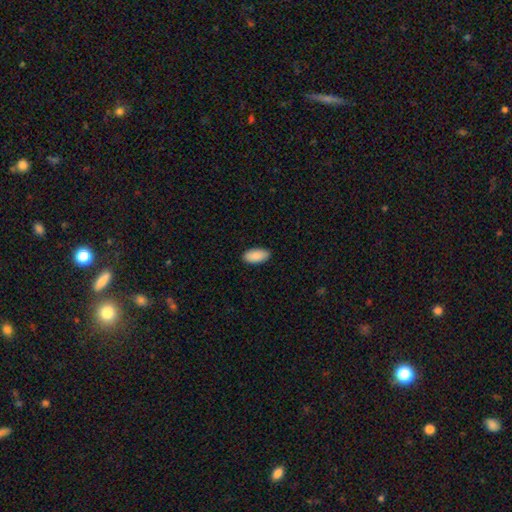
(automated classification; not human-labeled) This appears to be a smooth galaxy with no disk features (91%) that is in between round and cigar-shaped (95%). Merging: none (89%).